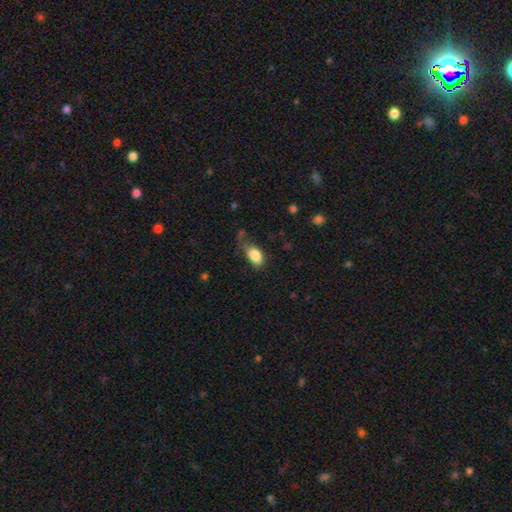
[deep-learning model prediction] Q: Smooth or featured?
A: smooth (85%); runner-up: featured or disk (8%)
Q: How rounded?
A: in between (91%); runner-up: round (6%)
Q: Merging?
A: none (43%); runner-up: minor disturbance (34%)